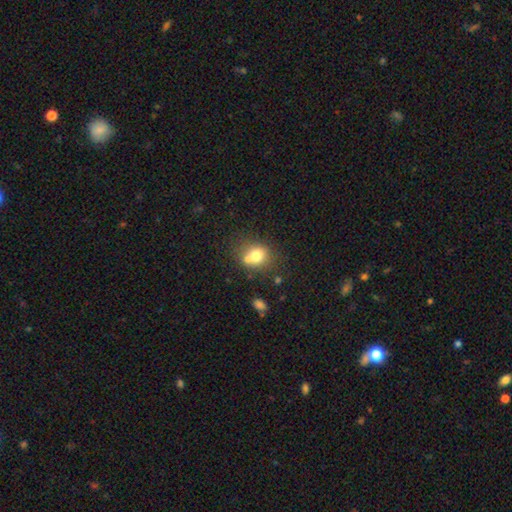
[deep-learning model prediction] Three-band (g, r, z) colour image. It shows a smooth galaxy with no disk features (73%) that is round (64%). Merging: none (54%).